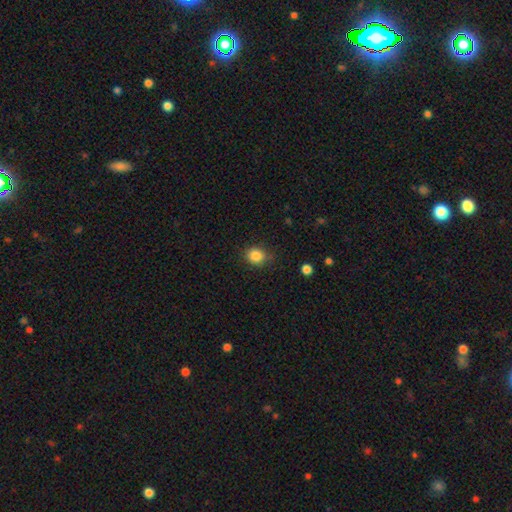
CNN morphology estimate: Smooth or featured: smooth — 85% (star or artifact — 11%)
How rounded: round — 73% (in between — 26%)
Merging: none — 79% (minor disturbance — 16%)